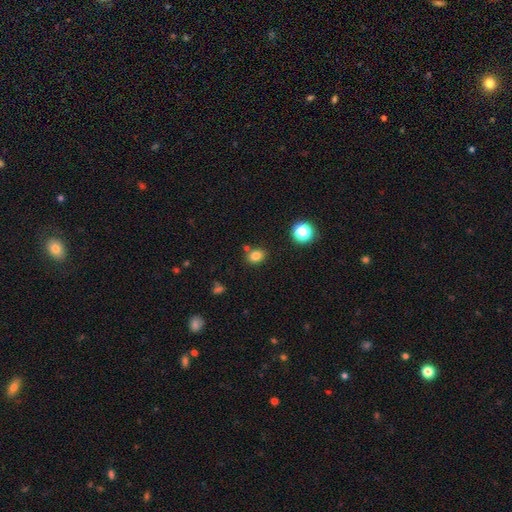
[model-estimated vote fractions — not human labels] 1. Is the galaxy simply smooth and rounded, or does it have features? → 81% smooth, 13% star or artifact, 6% featured or disk.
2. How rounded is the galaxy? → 54% in between, 45% round, 1% cigar-shaped.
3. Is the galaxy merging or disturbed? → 77% none, 11% minor disturbance, 8% merger, 3% major disturbance.